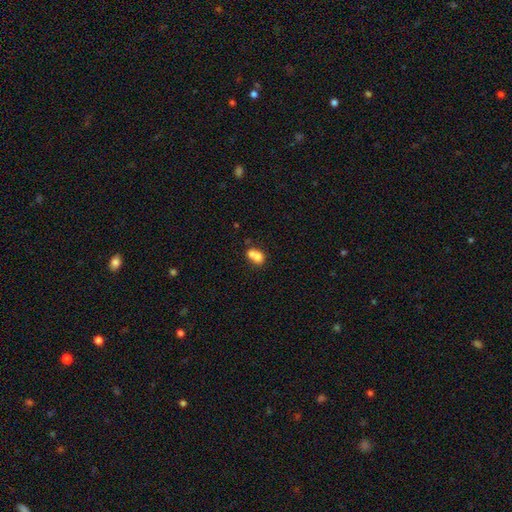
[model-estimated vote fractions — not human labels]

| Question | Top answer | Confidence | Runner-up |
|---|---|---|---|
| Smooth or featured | smooth | 74% | featured or disk (16%) |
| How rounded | in between | 70% | round (28%) |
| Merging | merger | 55% | none (27%) |